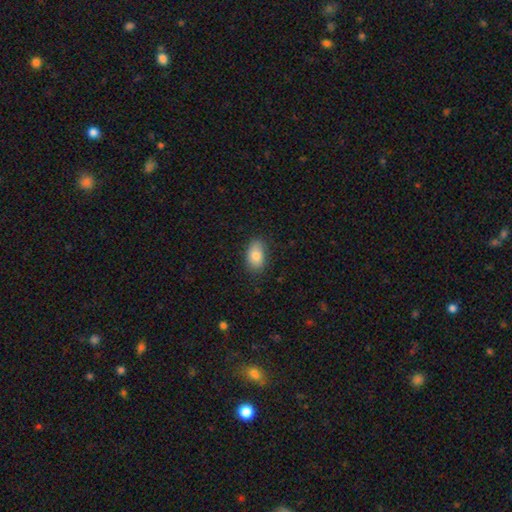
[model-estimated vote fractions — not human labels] A smooth galaxy with no disk features (82%) that is in between round and cigar-shaped (90%).

Vote fractions:
- Smooth or featured? smooth: 82% / featured or disk: 10% / star or artifact: 8%
- How rounded? in between: 90% / round: 9% / cigar-shaped: 2%
- Merging? none: 77% / minor disturbance: 18% / major disturbance: 4% / merger: 1%